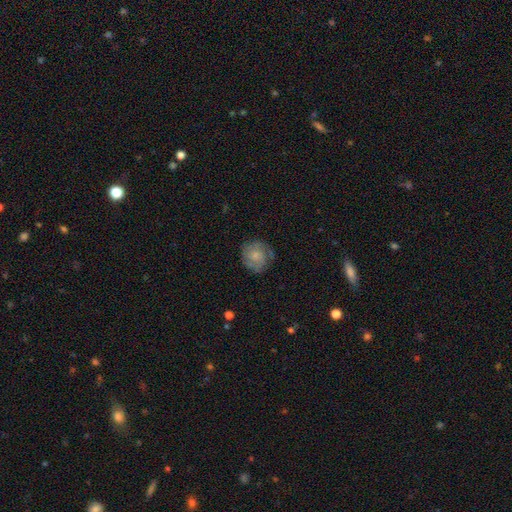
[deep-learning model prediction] This appears to be a smooth galaxy with no disk features (50%) that is round (86%). Merging: none (71%).